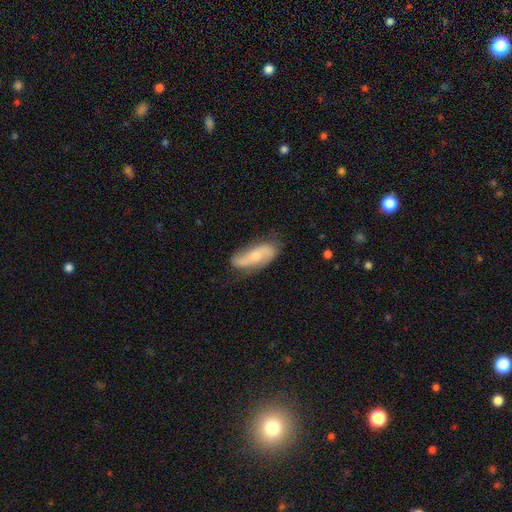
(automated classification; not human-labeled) The model was most divided on "bulge size": small: 50%, moderate: 44%, none: 2%, large: 2%, dominant: 1%. More confident: spiral arms — yes (89%); edge-on disk — no (88%); spiral arm count — 2 (87%); merging — none (72%); smooth or featured — featured or disk (65%); spiral winding — loose (62%); bar — no (57%).